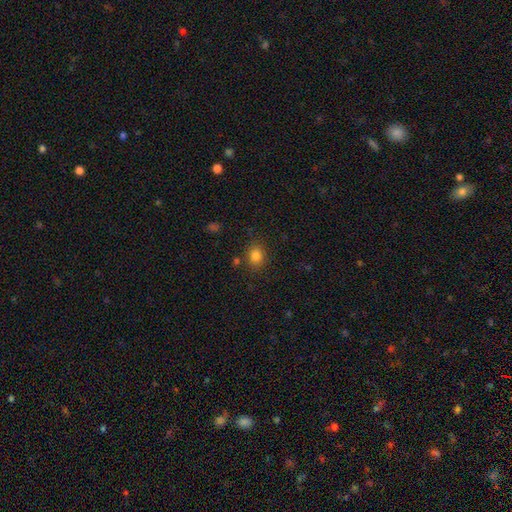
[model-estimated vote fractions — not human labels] Q: Smooth or featured?
A: smooth (82%); runner-up: star or artifact (12%)
Q: How rounded?
A: round (56%); runner-up: in between (43%)
Q: Merging?
A: none (81%); runner-up: minor disturbance (11%)